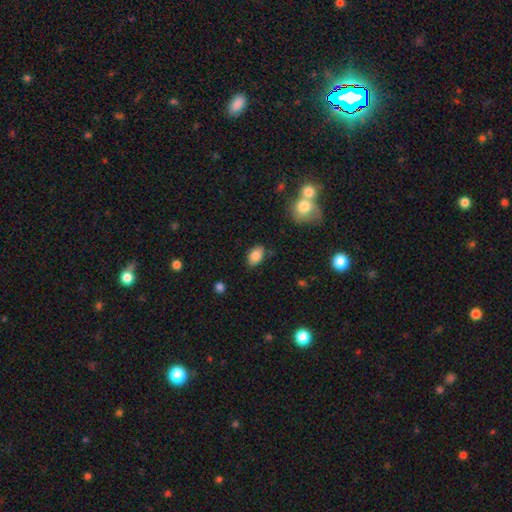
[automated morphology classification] type=smooth (85%); roundness=in between (88%); merging=none (82%).